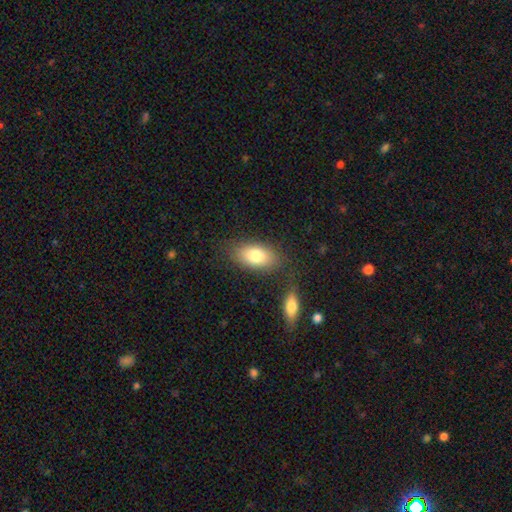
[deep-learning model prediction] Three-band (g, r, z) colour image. It shows a smooth galaxy with no disk features (79%) that is in between round and cigar-shaped (90%). Merging: none (77%).